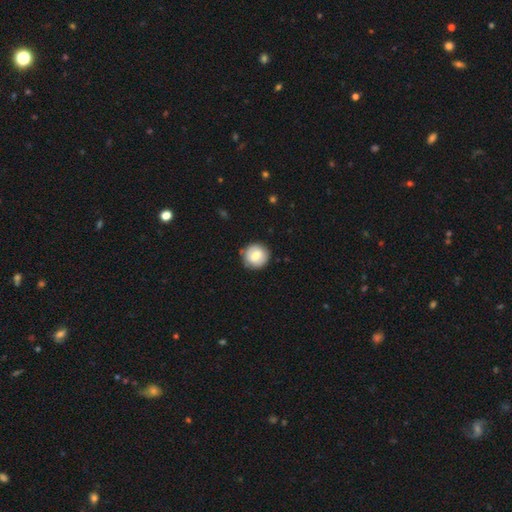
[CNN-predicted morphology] This appears to be a smooth galaxy with no disk features (71%) that is round (91%). Merging: none (84%).